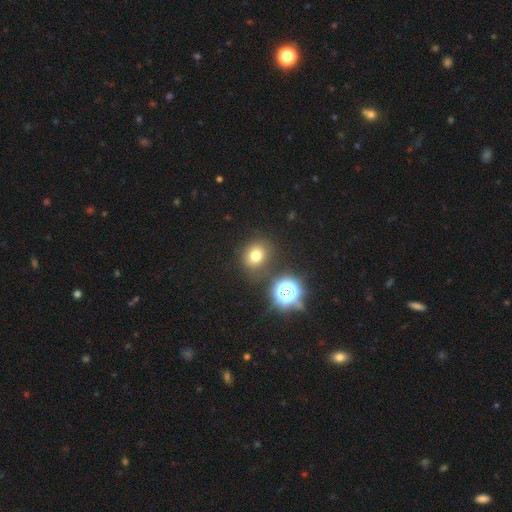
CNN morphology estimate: This appears to be a smooth galaxy with no disk features (72%) that is round (73%). Merging: none (81%).